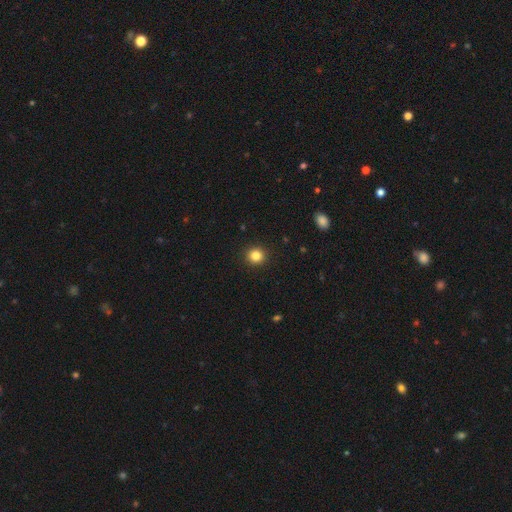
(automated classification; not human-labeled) This appears to be a smooth galaxy with no disk features (84%) that is round (90%). Merging: none (92%).